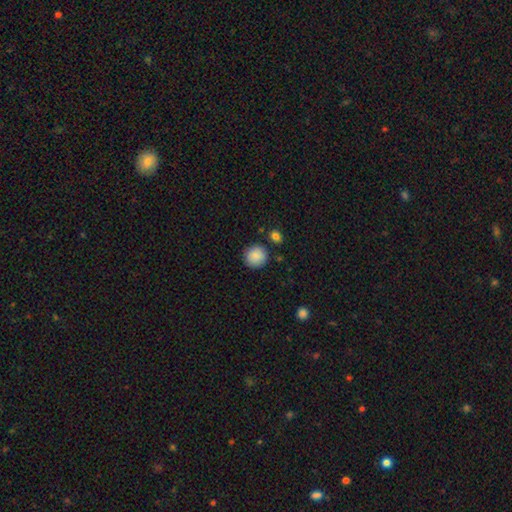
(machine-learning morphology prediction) The model was most divided on "merging": none: 87%, minor disturbance: 8%, merger: 3%, major disturbance: 2%. More confident: how rounded — round (92%); smooth or featured — smooth (89%).